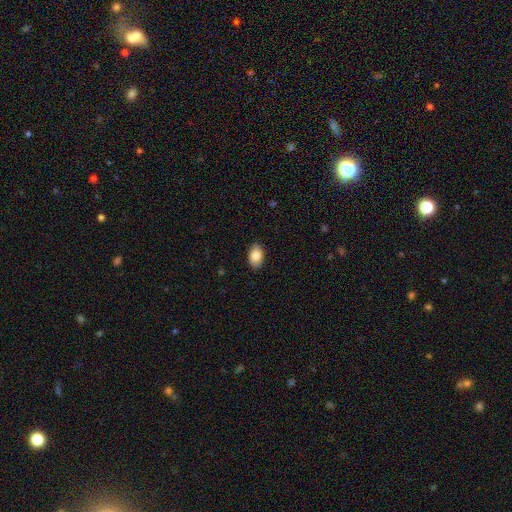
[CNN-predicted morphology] A smooth galaxy with no disk features (87%) that is in between round and cigar-shaped (91%).

Vote fractions:
- Smooth or featured? smooth: 87% / star or artifact: 7% / featured or disk: 6%
- How rounded? in between: 91% / round: 8% / cigar-shaped: 1%
- Merging? none: 88% / minor disturbance: 9% / major disturbance: 2% / merger: 1%